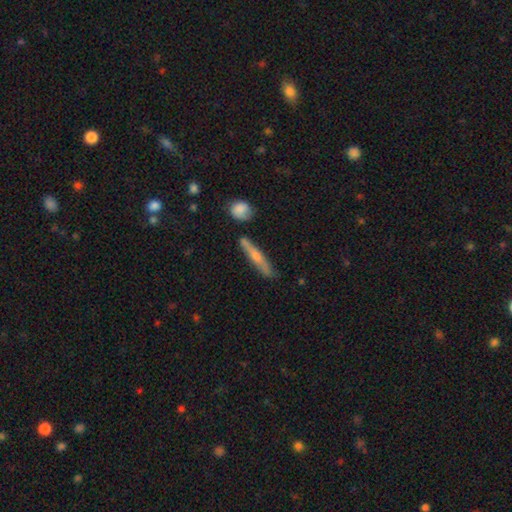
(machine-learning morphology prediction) featured or disk 50%, smooth 44%, star or artifact 7%. Down the decision tree: merging — none (80%).